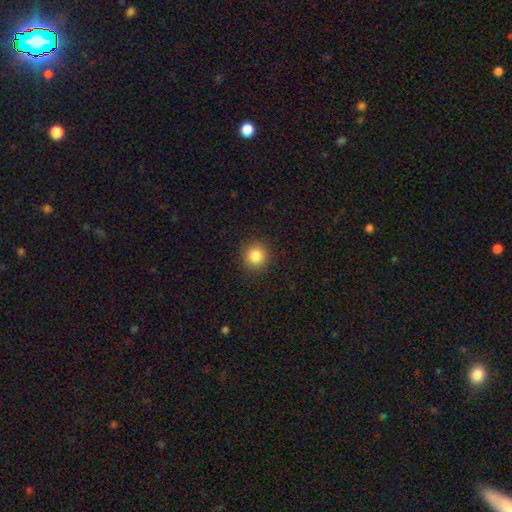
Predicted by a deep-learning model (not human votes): The model was most divided on "smooth or featured": smooth: 84%, star or artifact: 11%, featured or disk: 5%. More confident: how rounded — round (93%); merging — none (91%).